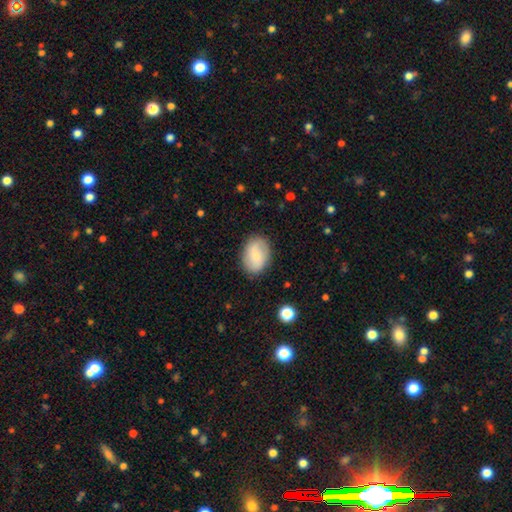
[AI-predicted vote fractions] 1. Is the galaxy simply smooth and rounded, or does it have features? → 65% smooth, 28% featured or disk, 7% star or artifact.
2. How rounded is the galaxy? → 76% in between, 22% round, 1% cigar-shaped.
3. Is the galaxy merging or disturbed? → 84% none, 12% minor disturbance, 3% major disturbance, 1% merger.